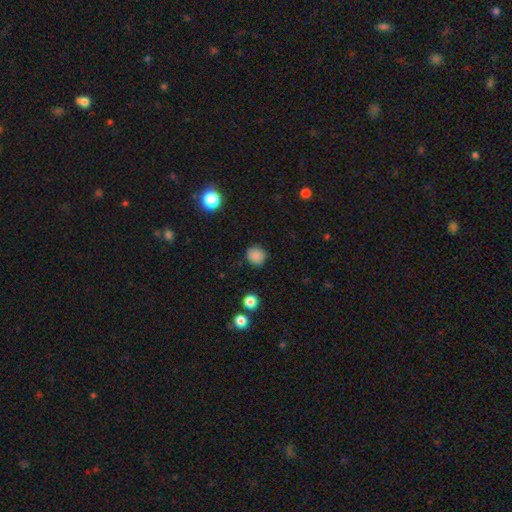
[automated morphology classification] A smooth galaxy with no disk features (85%) that is round (89%).

Vote fractions:
- Smooth or featured? smooth: 85% / star or artifact: 11% / featured or disk: 4%
- How rounded? round: 89% / in between: 10% / cigar-shaped: 1%
- Merging? none: 86% / minor disturbance: 10% / major disturbance: 3% / merger: 1%